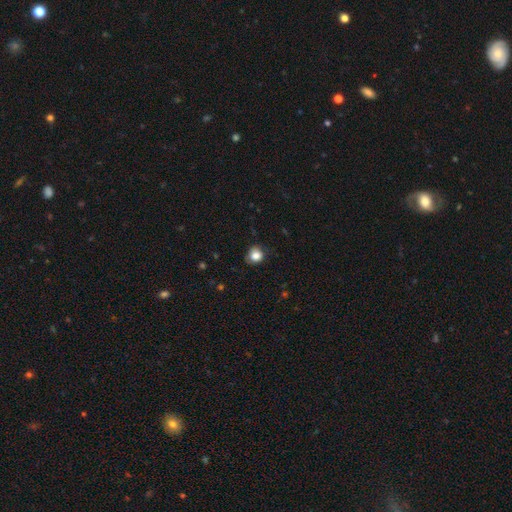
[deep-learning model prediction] This is clearly a smooth galaxy (83%). How rounded: likely round (80%). Merging: likely none (74%).